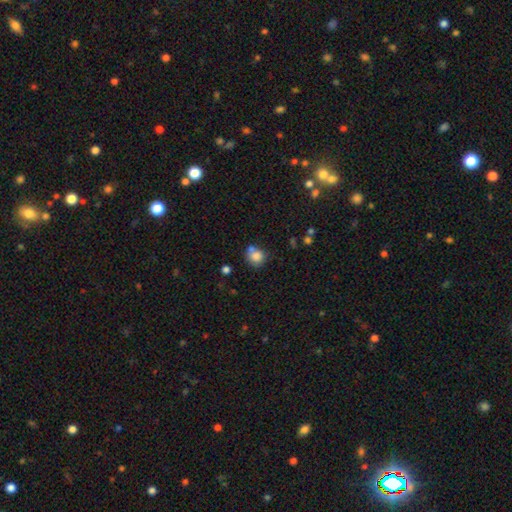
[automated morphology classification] Smooth or featured? smooth (81%)
How rounded? round (80%)
Merging? none (50%)